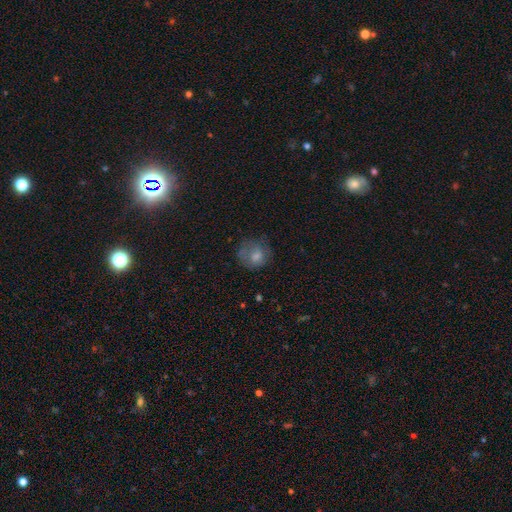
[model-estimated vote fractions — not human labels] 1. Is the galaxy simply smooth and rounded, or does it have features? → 71% smooth, 19% featured or disk, 10% star or artifact.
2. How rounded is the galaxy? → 75% round, 24% in between, 1% cigar-shaped.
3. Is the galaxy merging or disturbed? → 56% none, 24% minor disturbance, 18% major disturbance, 2% merger.